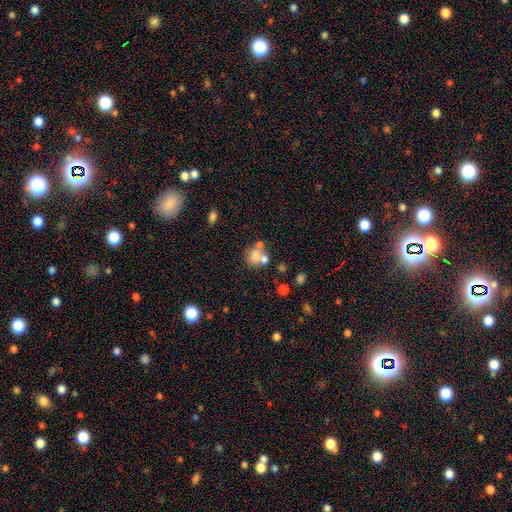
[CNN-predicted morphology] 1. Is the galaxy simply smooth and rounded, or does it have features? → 69% smooth, 18% featured or disk, 13% star or artifact.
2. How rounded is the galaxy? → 73% round, 26% in between, 1% cigar-shaped.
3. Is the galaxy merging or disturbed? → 44% merger, 40% none, 10% minor disturbance, 6% major disturbance.